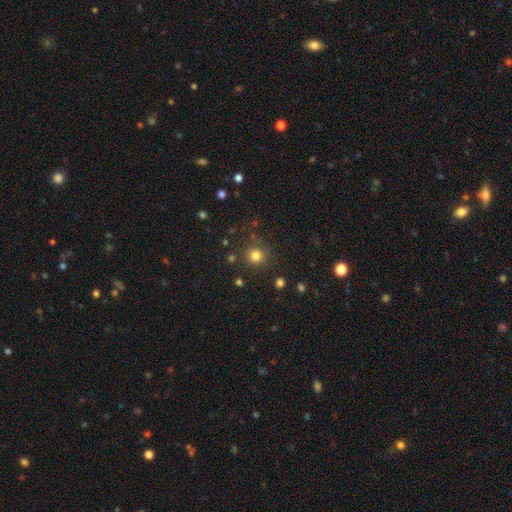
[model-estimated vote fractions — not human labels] Morphology: type=smooth (79%); roundness=round (93%); merging=none (84%).